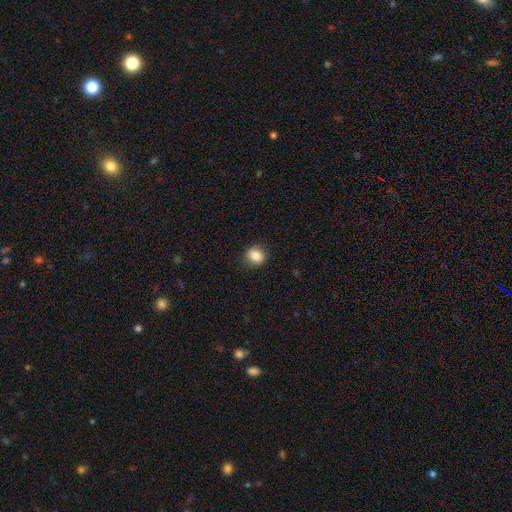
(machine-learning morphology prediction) smooth-or-featured: smooth: 83% | star or artifact: 9% | featured or disk: 8%
  how-rounded: round: 71% | in between: 28% | cigar-shaped: 1%
  merging: none: 85% | minor disturbance: 11% | major disturbance: 3% | merger: 1%